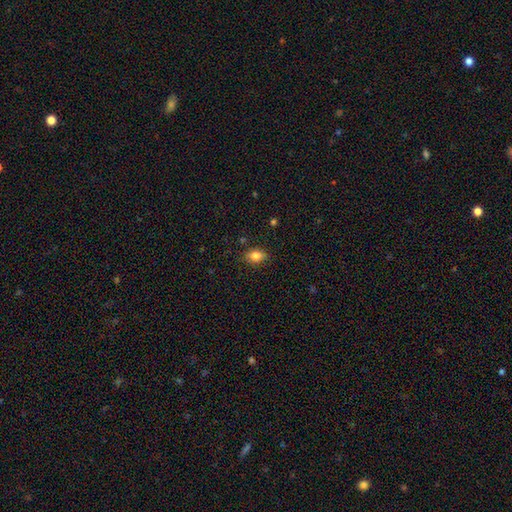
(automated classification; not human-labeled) Smooth or featured?
  - smooth: 81% *
  - star or artifact: 10%
  - featured or disk: 9%
How rounded?
  - in between: 76% *
  - round: 21%
  - cigar-shaped: 2%
Merging?
  - none: 82% *
  - minor disturbance: 14%
  - major disturbance: 3%
  - merger: 1%